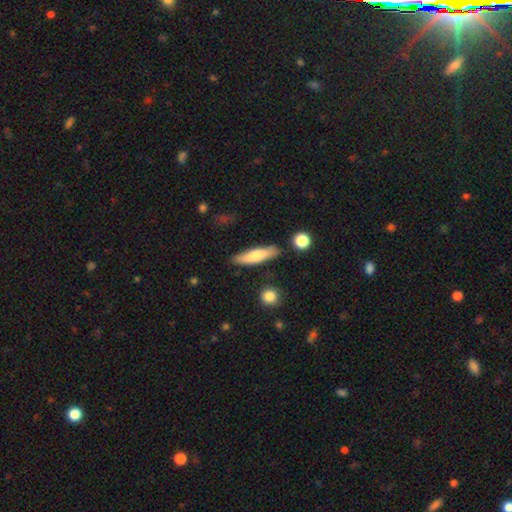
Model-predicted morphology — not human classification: Smooth or featured: smooth — 69% (featured or disk — 25%)
How rounded: cigar-shaped — 71% (in between — 27%)
Merging: none — 82% (minor disturbance — 12%)